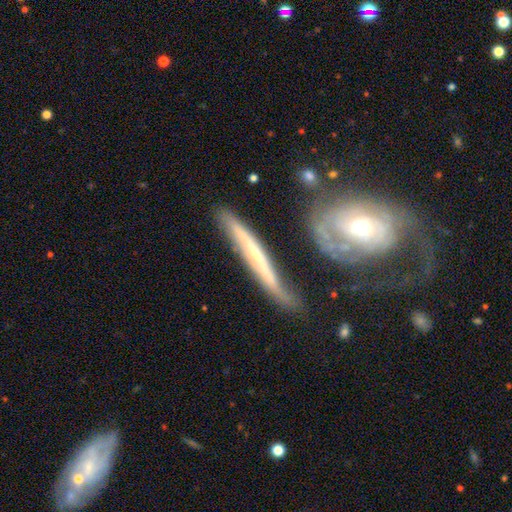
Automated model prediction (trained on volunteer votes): A featured or disk galaxy (63%) viewed edge-on (83%) with no central bulge (67%). Merging: none (69%).